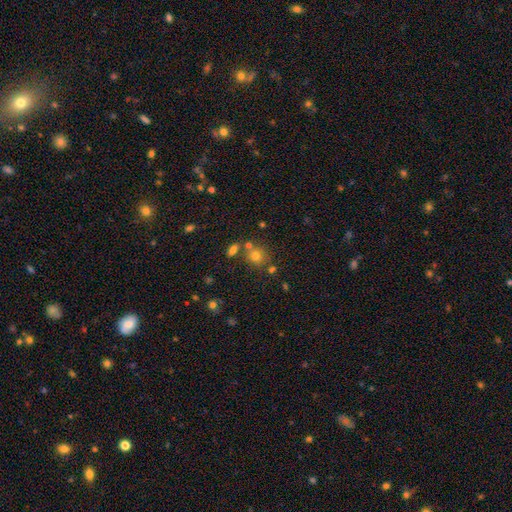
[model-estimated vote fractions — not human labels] Overall: smooth (69%). How rounded: round (82%). Merging: none (67%).